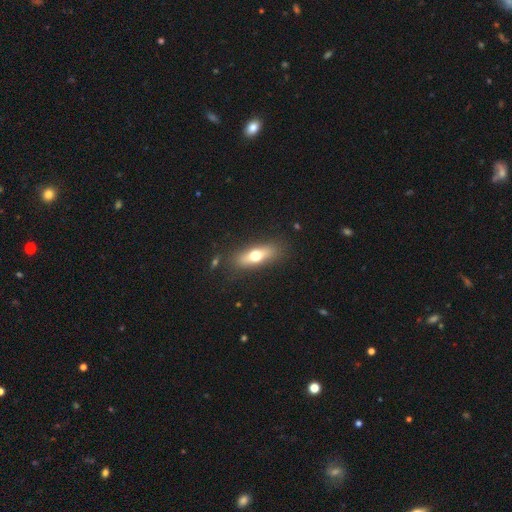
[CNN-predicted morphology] This is possibly a smooth galaxy (58%). How rounded: possibly in between (53%). Merging: clearly none (83%).